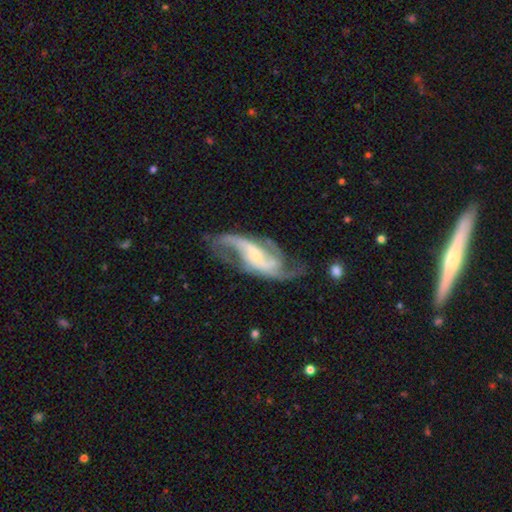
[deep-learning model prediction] smooth-or-featured: featured or disk: 88% | smooth: 6% | star or artifact: 5%
  disk-edge-on: no: 95% | yes: 5%
    bar: no: 39% | weak: 37% | strong: 23%
    has-spiral-arms: yes: 96% | no: 4%
      spiral-winding: loose: 45% | medium: 42% | tight: 13%
      spiral-arm-count: 2: 60% | 3: 20% | can't tell: 8% | 4: 6% | 1: 4% | more than 4: 3%
    bulge-size: small: 63% | moderate: 25% | none: 8% | large: 3% | dominant: 1%
  merging: none: 61% | minor disturbance: 19% | major disturbance: 17% | merger: 3%